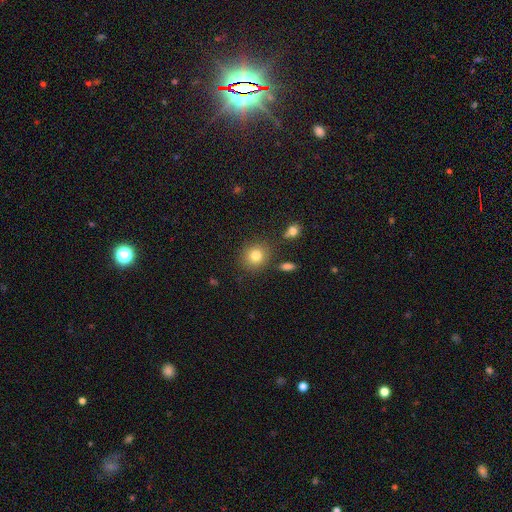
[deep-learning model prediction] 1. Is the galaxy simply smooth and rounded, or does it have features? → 81% smooth, 11% star or artifact, 8% featured or disk.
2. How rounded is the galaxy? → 85% round, 14% in between, 1% cigar-shaped.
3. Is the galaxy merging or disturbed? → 83% none, 9% minor disturbance, 5% merger, 3% major disturbance.